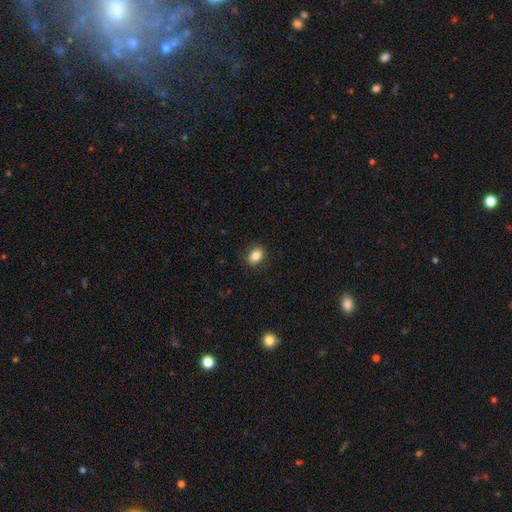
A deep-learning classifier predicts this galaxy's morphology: Q: Smooth or featured?
A: smooth (83%); runner-up: star or artifact (9%)
Q: How rounded?
A: in between (67%); runner-up: round (31%)
Q: Merging?
A: none (87%); runner-up: minor disturbance (9%)